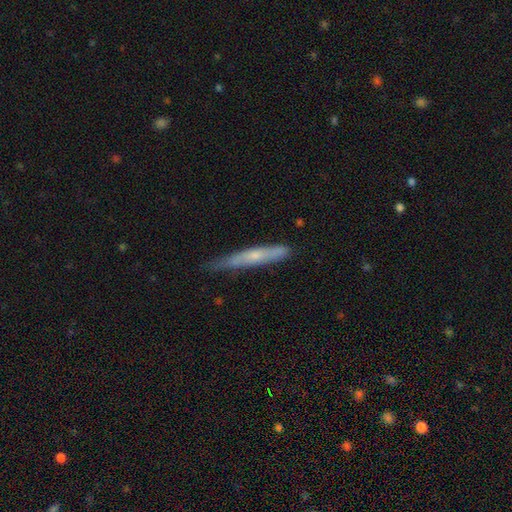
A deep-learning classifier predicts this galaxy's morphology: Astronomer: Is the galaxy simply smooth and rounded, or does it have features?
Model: smooth — 49% (runner-up: featured or disk, 44%).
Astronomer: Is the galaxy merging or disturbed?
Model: none — 70%.